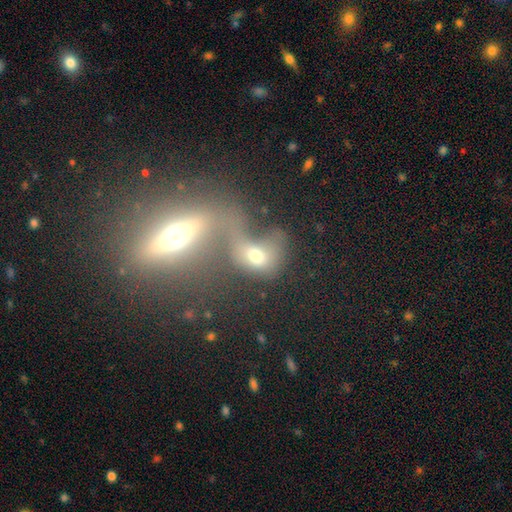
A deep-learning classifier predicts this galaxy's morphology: A smooth galaxy with no disk features (49%). Merging: merger (65%).